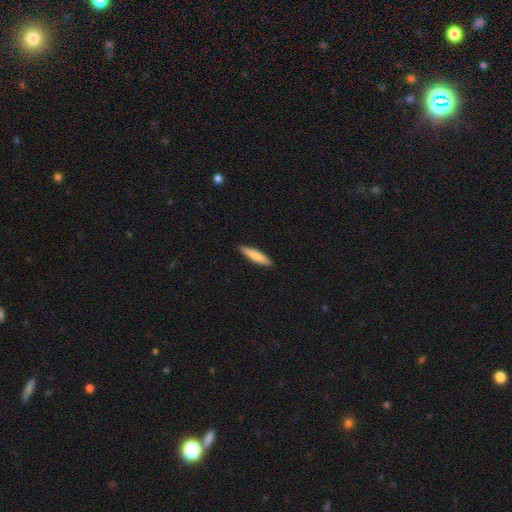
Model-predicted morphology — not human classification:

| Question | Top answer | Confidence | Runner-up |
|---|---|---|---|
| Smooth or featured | smooth | 81% | featured or disk (14%) |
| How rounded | cigar-shaped | 83% | in between (15%) |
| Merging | none | 91% | minor disturbance (7%) |